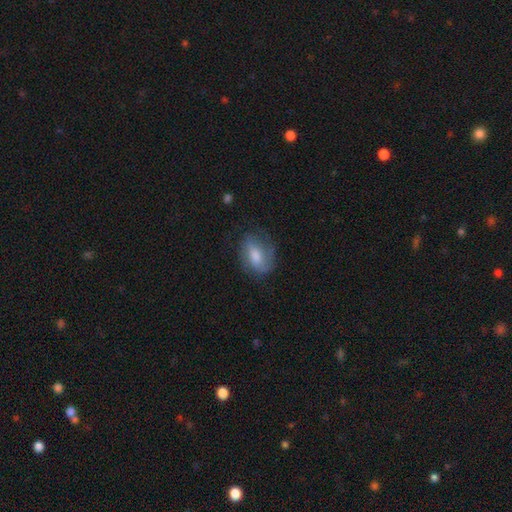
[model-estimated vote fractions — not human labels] Q: Smooth or featured?
A: smooth (49%); runner-up: featured or disk (43%)
Q: Merging?
A: none (64%); runner-up: minor disturbance (23%)